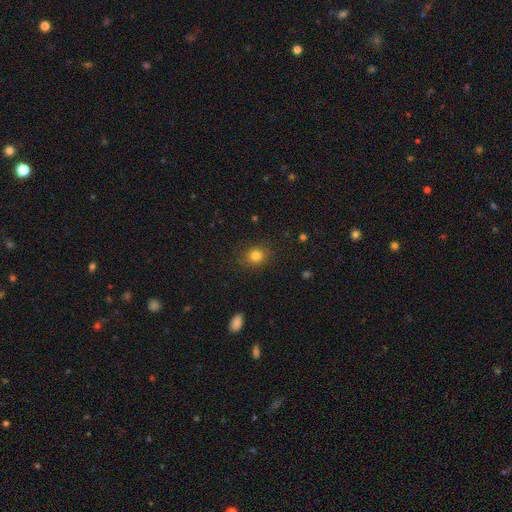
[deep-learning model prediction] Smooth or featured? smooth (82%)
How rounded? round (74%)
Merging? none (87%)